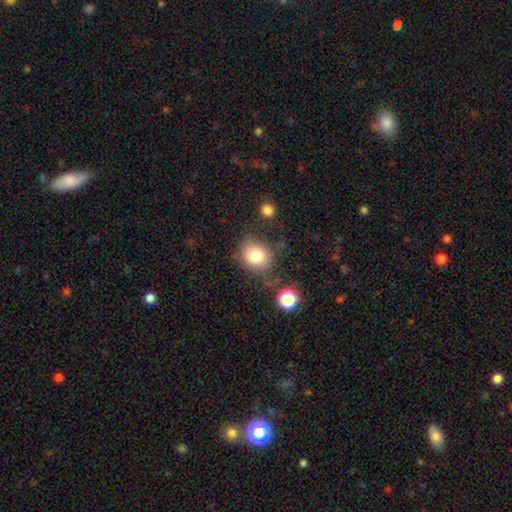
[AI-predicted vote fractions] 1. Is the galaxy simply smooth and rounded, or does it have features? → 80% smooth, 12% star or artifact, 9% featured or disk.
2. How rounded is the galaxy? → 72% round, 27% in between, 1% cigar-shaped.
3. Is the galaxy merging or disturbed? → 69% none, 18% minor disturbance, 7% major disturbance, 6% merger.